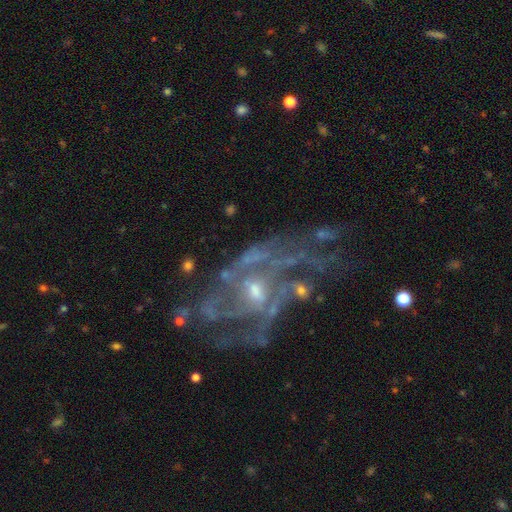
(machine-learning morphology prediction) smooth-or-featured: featured or disk: 86% | star or artifact: 9% | smooth: 5%
  disk-edge-on: no: 96% | yes: 4%
    bar: no: 58% | weak: 33% | strong: 9%
    has-spiral-arms: yes: 88% | no: 12%
      spiral-winding: medium: 44% | tight: 32% | loose: 24%
      spiral-arm-count: can't tell: 32% | 2: 23% | 3: 19% | 4: 11% | more than 4: 8% | 1: 7%
    bulge-size: small: 51% | moderate: 42% | none: 4% | large: 2% | dominant: 1%
  merging: none: 50% | major disturbance: 25% | minor disturbance: 20% | merger: 5%